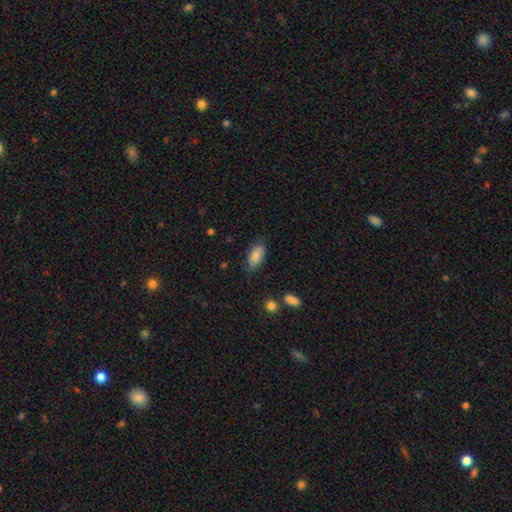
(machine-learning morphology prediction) The model was most divided on "merging": none: 75%, minor disturbance: 19%, major disturbance: 4%, merger: 2%. More confident: how rounded — in between (90%); smooth or featured — smooth (84%).